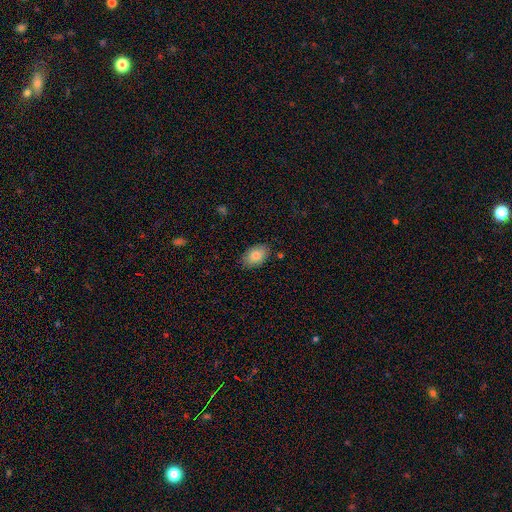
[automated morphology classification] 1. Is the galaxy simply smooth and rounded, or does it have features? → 83% smooth, 10% featured or disk, 7% star or artifact.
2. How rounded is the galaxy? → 89% in between, 9% round, 1% cigar-shaped.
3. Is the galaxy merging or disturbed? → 85% none, 11% minor disturbance, 2% major disturbance, 1% merger.